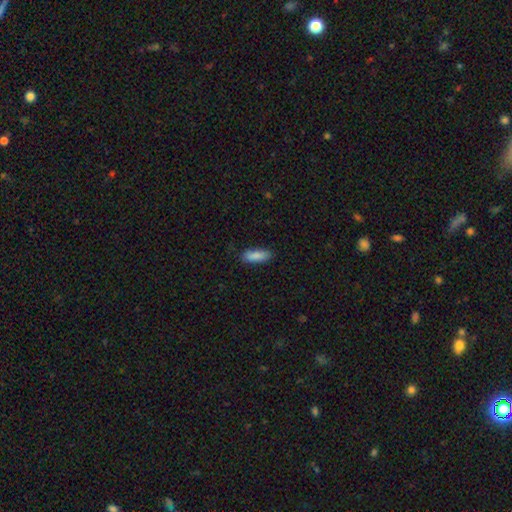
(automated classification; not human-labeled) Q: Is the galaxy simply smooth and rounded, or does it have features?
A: smooth — 87%.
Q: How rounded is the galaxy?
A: in between — 61%.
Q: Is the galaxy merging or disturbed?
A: none — 81%.